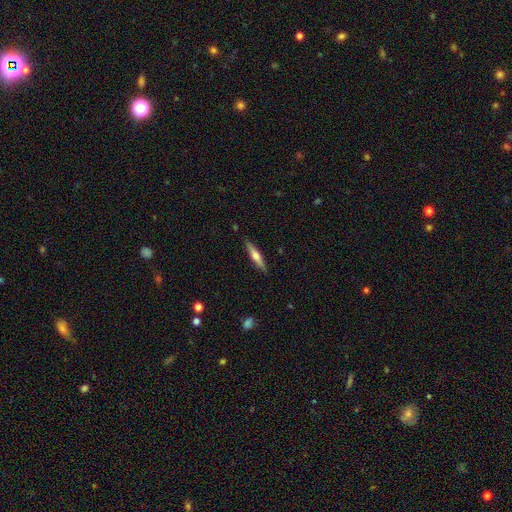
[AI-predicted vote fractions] Smooth or featured? featured or disk (49%)
Merging? none (88%)